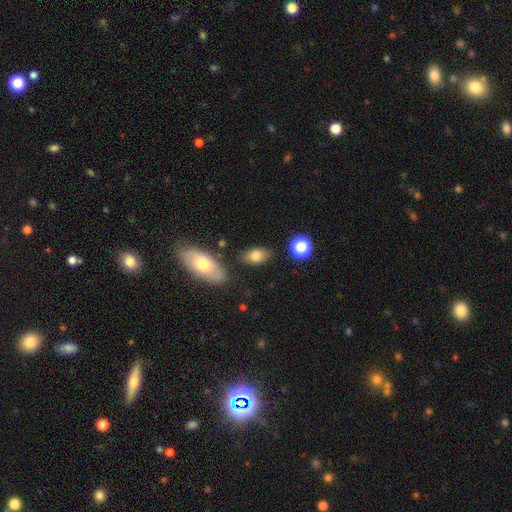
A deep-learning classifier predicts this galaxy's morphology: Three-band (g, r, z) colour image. It shows a smooth galaxy with no disk features (80%) that is in between round and cigar-shaped (88%). Merging: none (80%).